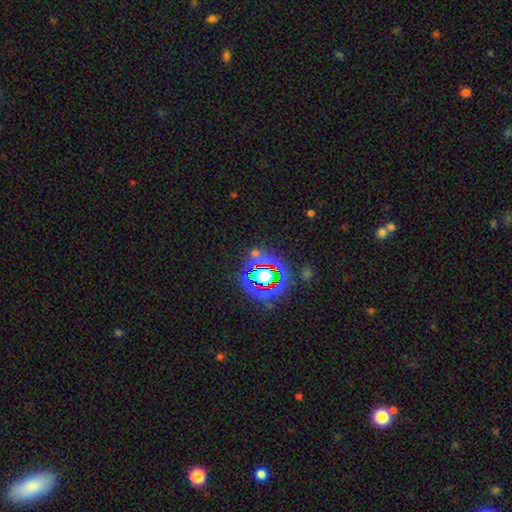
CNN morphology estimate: This appears to be a star or artifact, not a galaxy (75%).